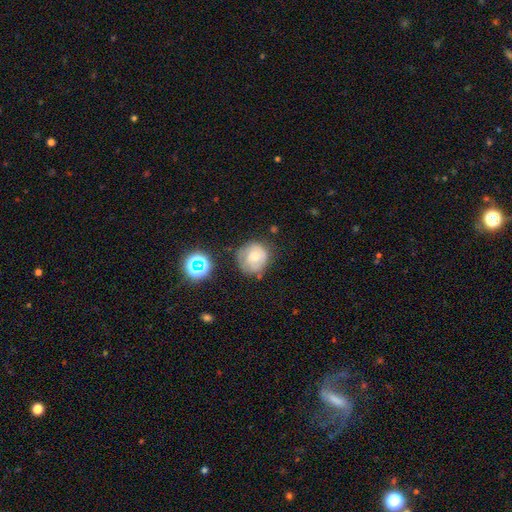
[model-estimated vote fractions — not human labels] Q: Smooth or featured?
A: smooth (52%); runner-up: featured or disk (38%)
Q: How rounded?
A: round (86%); runner-up: in between (13%)
Q: Merging?
A: none (61%); runner-up: minor disturbance (26%)